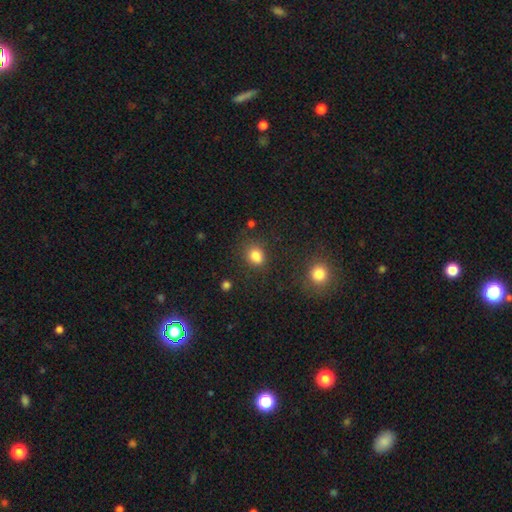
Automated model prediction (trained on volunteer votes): A smooth galaxy with no disk features (82%) that is round (54%).

Vote fractions:
- Smooth or featured? smooth: 82% / star or artifact: 13% / featured or disk: 5%
- How rounded? round: 54% / in between: 45% / cigar-shaped: 1%
- Merging? none: 73% / minor disturbance: 16% / major disturbance: 6% / merger: 5%